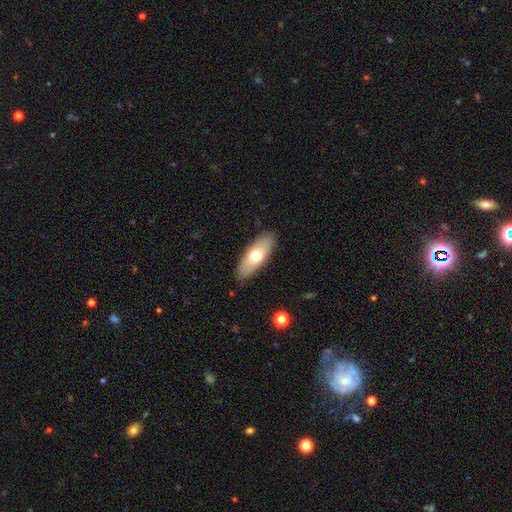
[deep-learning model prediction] The model was most divided on "smooth or featured": smooth: 66%, featured or disk: 28%, star or artifact: 6%. More confident: merging — none (87%); how rounded — in between (71%).